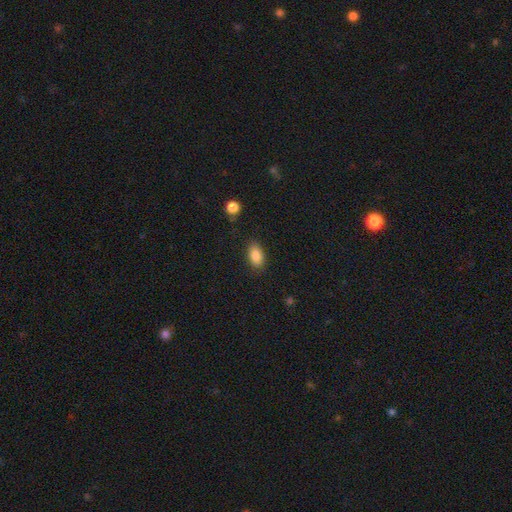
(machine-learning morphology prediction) Smooth or featured? Predicted: smooth (p=0.87). How rounded? Predicted: in between (p=0.90). Merging? Predicted: none (p=0.83).